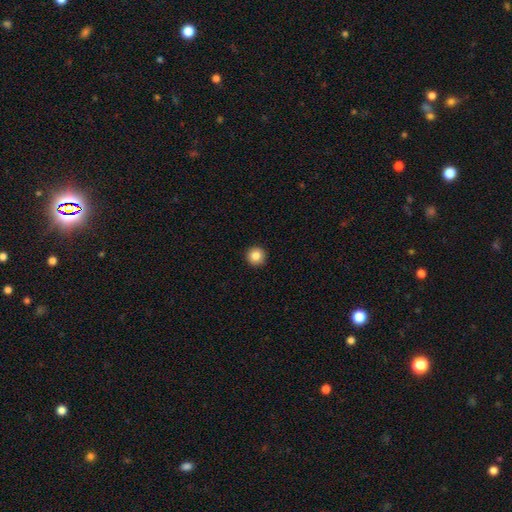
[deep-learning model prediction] Smooth or featured? Predicted: smooth (p=0.84). How rounded? Predicted: round (p=0.96). Merging? Predicted: none (p=0.94).